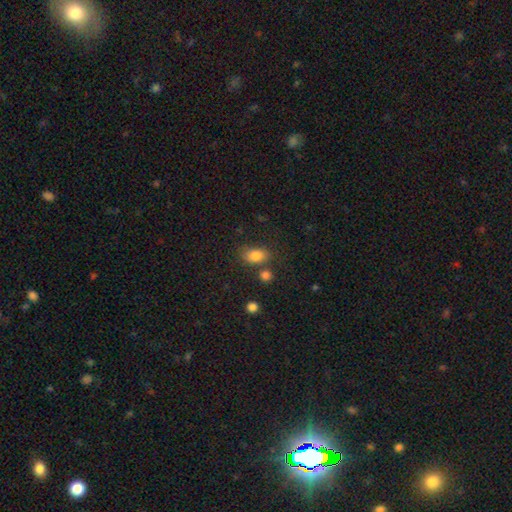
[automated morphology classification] Smooth or featured? Predicted: smooth (p=0.83). How rounded? Predicted: in between (p=0.79). Merging? Predicted: none (p=0.63).